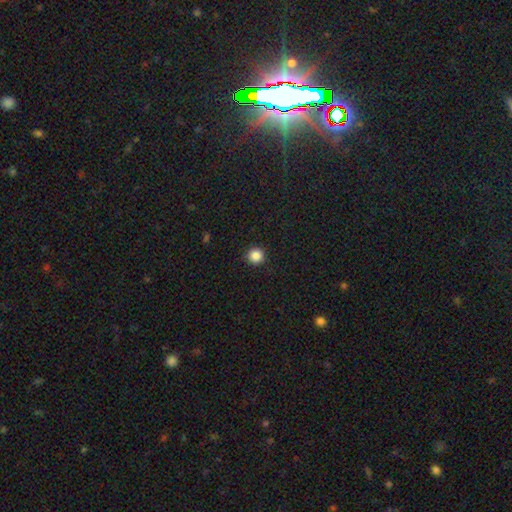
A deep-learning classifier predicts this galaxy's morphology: smooth 87%, star or artifact 10%, featured or disk 3%. Down the decision tree: how rounded — round (95%); merging — none (92%).